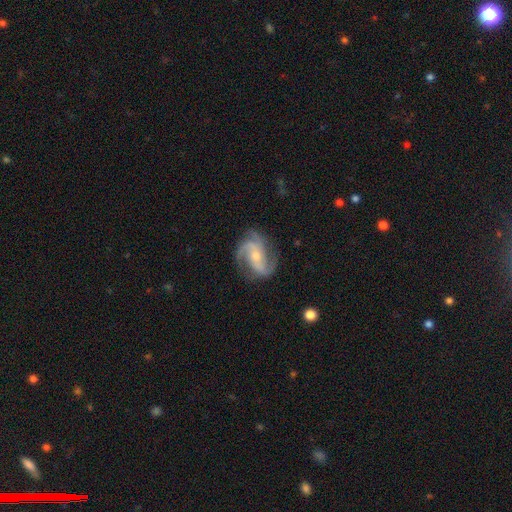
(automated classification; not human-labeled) Morphology: type=featured or disk (88%); edge-on=no (97%); bar=no (52%); spiral arms=yes (97%); winding=medium (51%); arm count=3 (53%); bulge=small (53%); merging=none (73%).